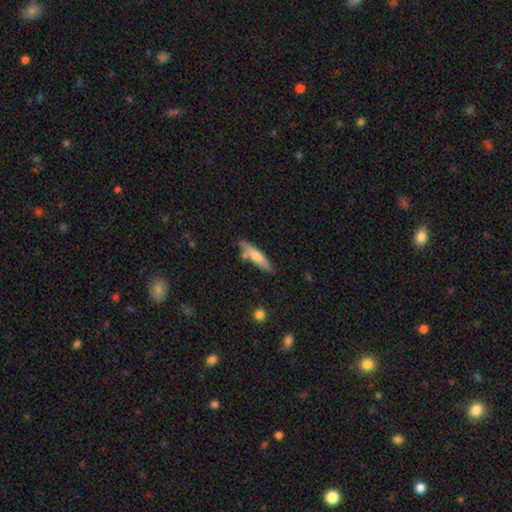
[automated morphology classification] Overall: smooth (68%). How rounded: cigar-shaped (79%). Merging: none (76%).